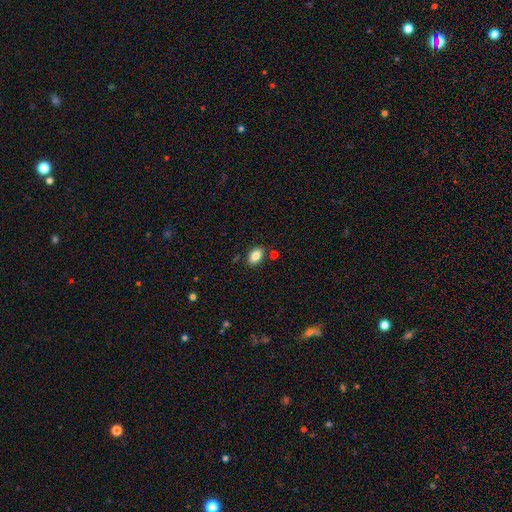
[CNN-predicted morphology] Smooth or featured? Predicted: smooth (p=0.85). How rounded? Predicted: in between (p=0.88). Merging? Predicted: none (p=0.81).